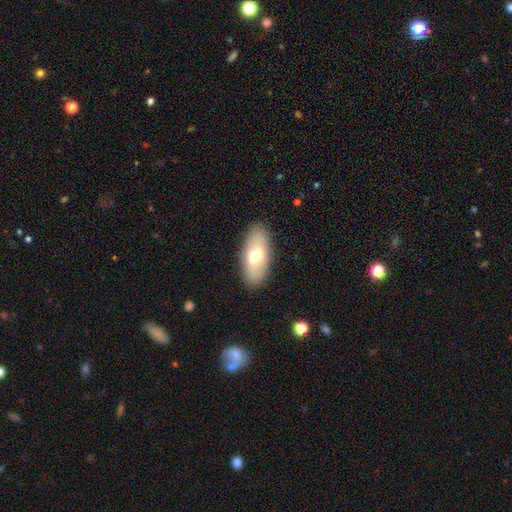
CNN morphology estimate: type=smooth (68%); roundness=in between (88%); merging=none (87%).